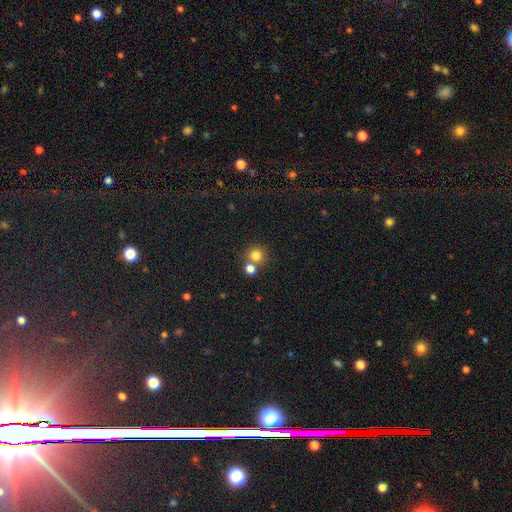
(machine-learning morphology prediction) This appears to be a smooth galaxy with no disk features (80%) that is round (88%). Merging: none (59%).